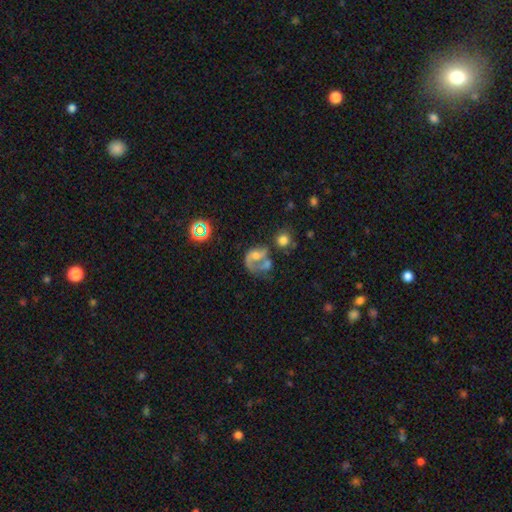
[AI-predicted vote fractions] This appears to be a featured or disk galaxy (61%) with no bar (64%), spiral arms (69%) and a moderate central bulge (42%). Merging: major disturbance (34%).